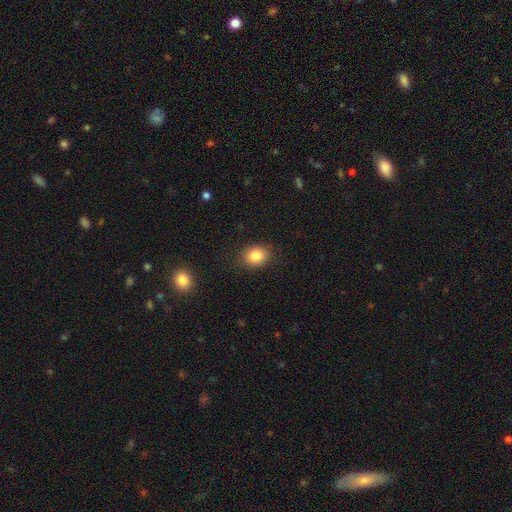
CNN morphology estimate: This appears to be a smooth galaxy with no disk features (84%) that is in between round and cigar-shaped (50%, tied with round). Merging: none (84%).